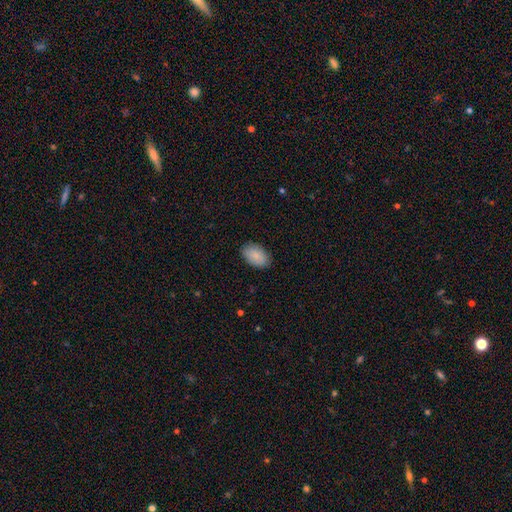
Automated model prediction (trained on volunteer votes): smooth 88%, star or artifact 6%, featured or disk 5%. Down the decision tree: how rounded — in between (92%); merging — none (87%).